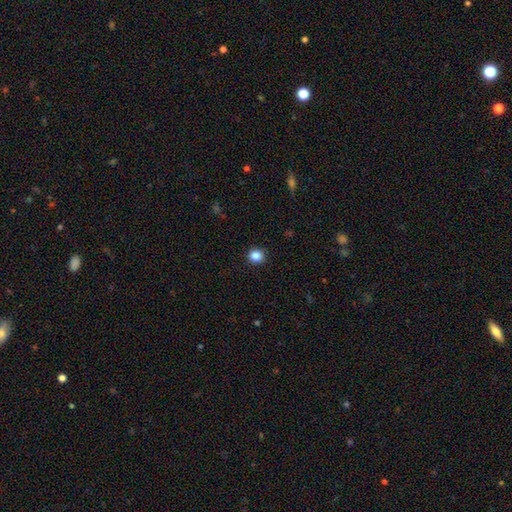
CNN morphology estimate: Smooth or featured?
  - smooth: 85% *
  - star or artifact: 11%
  - featured or disk: 4%
How rounded?
  - round: 87% *
  - in between: 12%
  - cigar-shaped: 1%
Merging?
  - none: 92% *
  - minor disturbance: 5%
  - major disturbance: 2%
  - merger: 1%